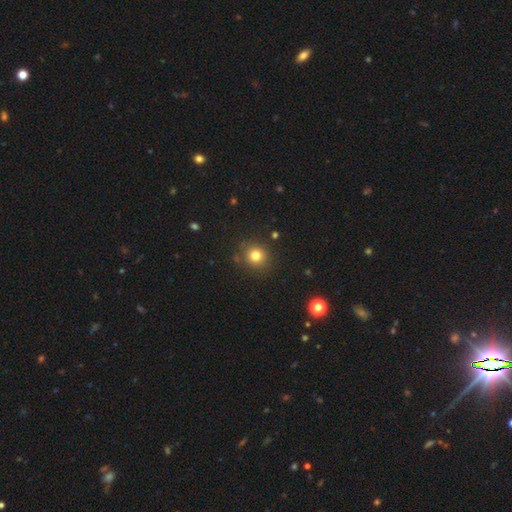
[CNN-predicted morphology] Smooth or featured? Predicted: smooth (p=0.79). How rounded? Predicted: round (p=0.90). Merging? Predicted: none (p=0.86).